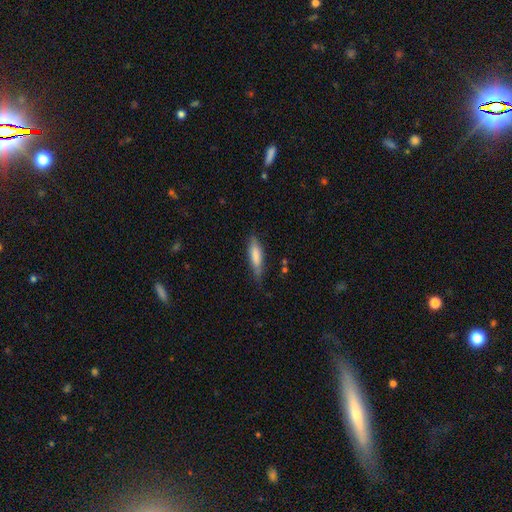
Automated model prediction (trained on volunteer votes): This is likely a smooth galaxy (77%). How rounded: likely cigar-shaped (64%). Merging: likely none (68%).